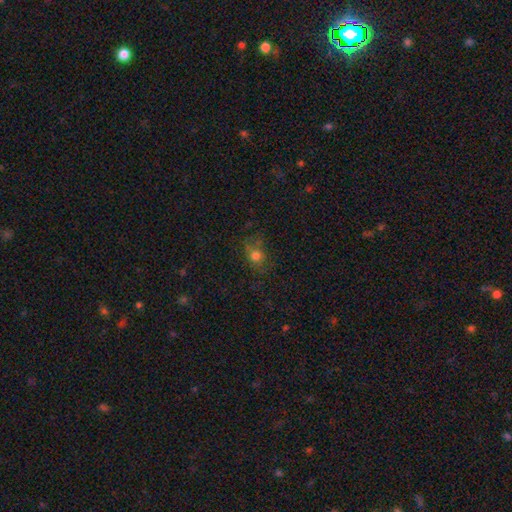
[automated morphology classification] Q: Smooth or featured?
A: smooth (70%); runner-up: star or artifact (18%)
Q: How rounded?
A: round (68%); runner-up: in between (30%)
Q: Merging?
A: none (63%); runner-up: minor disturbance (22%)